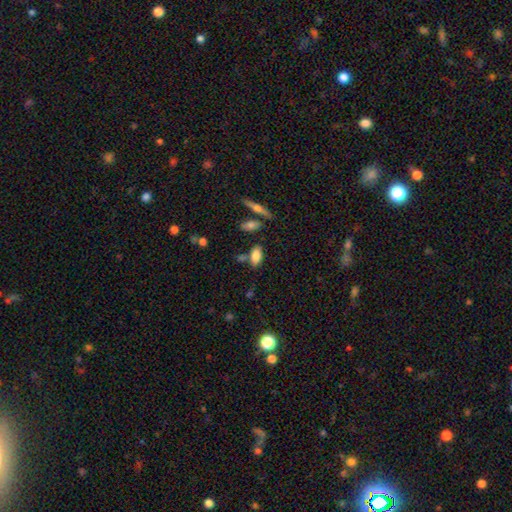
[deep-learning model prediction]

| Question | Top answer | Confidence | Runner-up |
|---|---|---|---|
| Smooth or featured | smooth | 82% | featured or disk (10%) |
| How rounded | in between | 91% | cigar-shaped (6%) |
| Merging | none | 69% | minor disturbance (16%) |